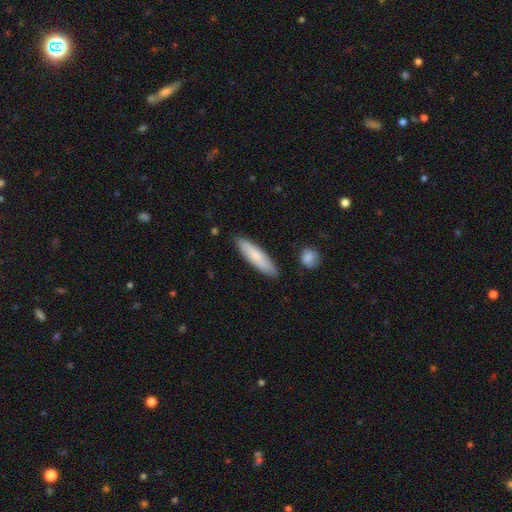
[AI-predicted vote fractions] Smooth or featured: smooth — 76% (featured or disk — 18%)
How rounded: cigar-shaped — 72% (in between — 27%)
Merging: none — 85% (minor disturbance — 11%)